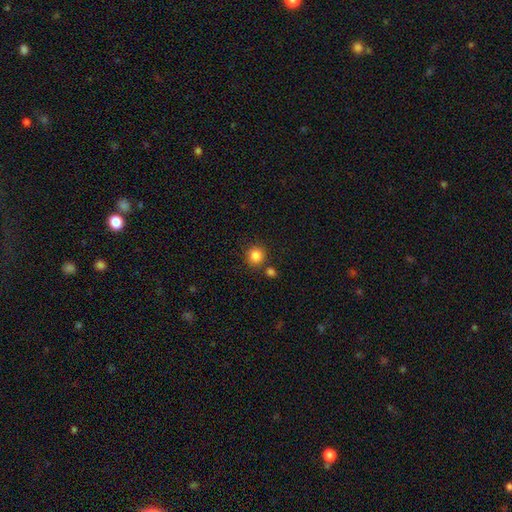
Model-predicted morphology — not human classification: smooth-or-featured: smooth: 85% | star or artifact: 11% | featured or disk: 4%
  how-rounded: round: 90% | in between: 9% | cigar-shaped: 1%
  merging: none: 80% | minor disturbance: 9% | merger: 8% | major disturbance: 3%